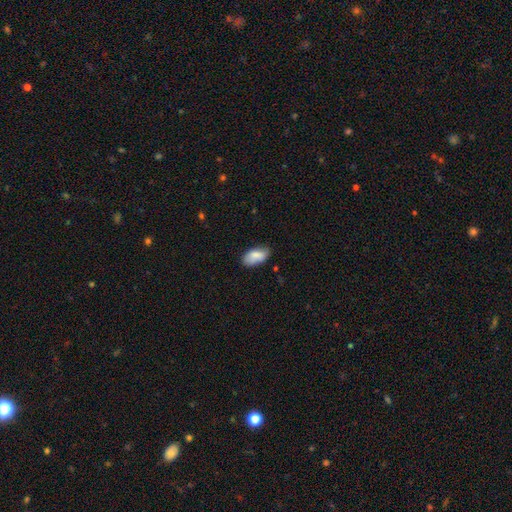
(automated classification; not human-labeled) The model was most divided on "merging": none: 71%, minor disturbance: 23%, major disturbance: 4%, merger: 2%. More confident: how rounded — in between (93%); smooth or featured — smooth (84%).